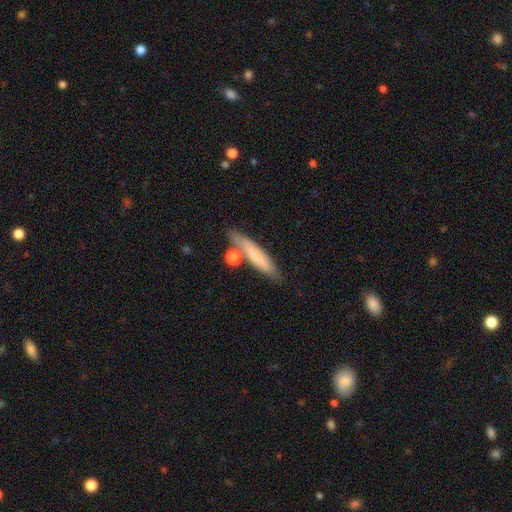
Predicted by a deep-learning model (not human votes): smooth_or_featured: smooth (p=0.62) [alt: featured or disk p=0.31]
how_rounded: cigar-shaped (p=0.83) [alt: in between p=0.14]
merging: none (p=0.66) [alt: minor disturbance p=0.16]